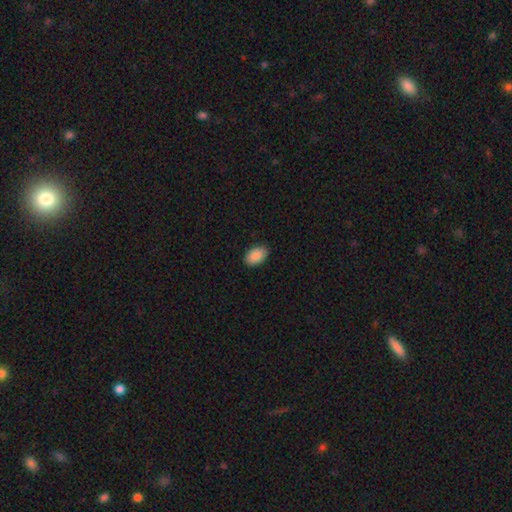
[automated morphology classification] The model was most divided on "merging": none: 87%, minor disturbance: 10%, major disturbance: 2%, merger: 1%. More confident: how rounded — in between (92%); smooth or featured — smooth (89%).